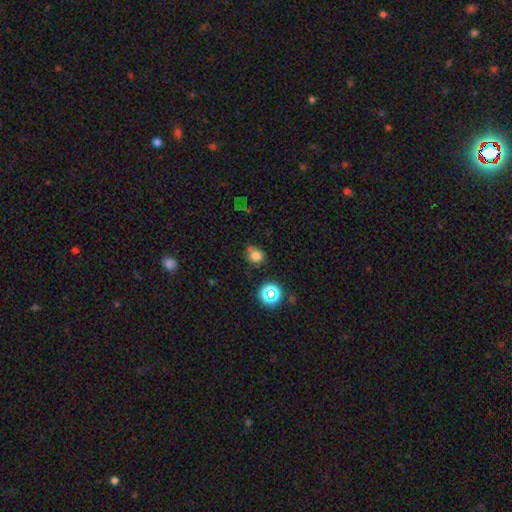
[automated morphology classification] type=smooth (76%); roundness=round (75%); merging=none (70%).